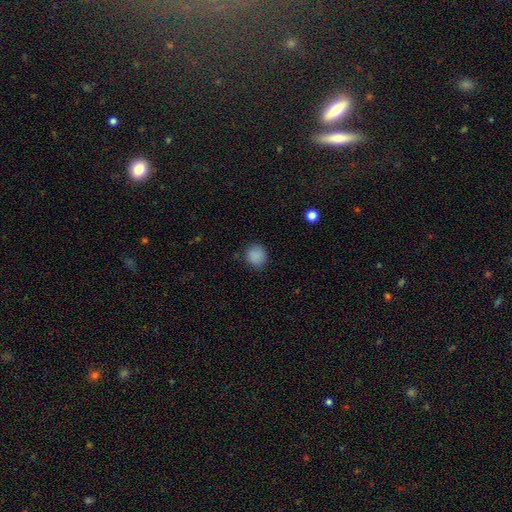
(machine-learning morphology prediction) Q: Smooth or featured?
A: smooth (87%); runner-up: star or artifact (9%)
Q: How rounded?
A: round (86%); runner-up: in between (13%)
Q: Merging?
A: none (86%); runner-up: minor disturbance (10%)